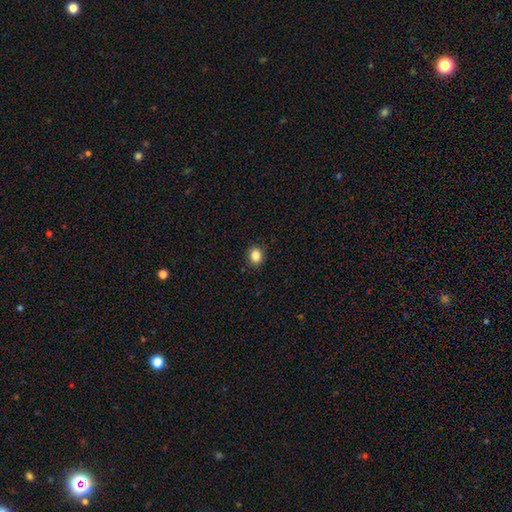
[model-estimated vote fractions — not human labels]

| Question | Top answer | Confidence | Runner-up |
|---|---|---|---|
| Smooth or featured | smooth | 85% | star or artifact (11%) |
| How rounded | round | 64% | in between (35%) |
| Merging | none | 90% | minor disturbance (7%) |